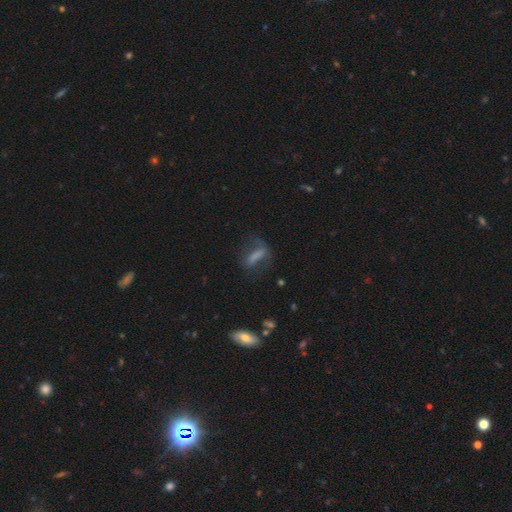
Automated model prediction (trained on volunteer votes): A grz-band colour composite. It shows a smooth galaxy with no disk features (45%). Merging: none (60%).